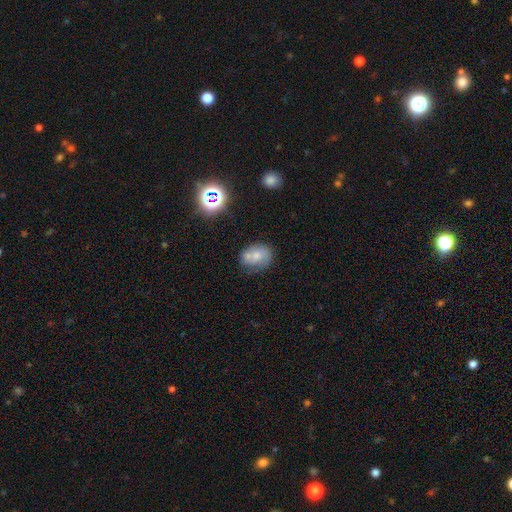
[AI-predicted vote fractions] This appears to be a smooth galaxy with no disk features (57%) that is in between round and cigar-shaped (60%). Merging: none (52%).